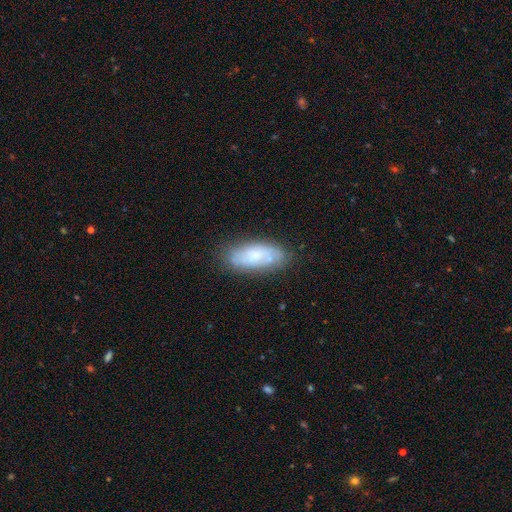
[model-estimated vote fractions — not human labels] Morphology: type=smooth (59%); roundness=in between (83%); merging=none (72%).